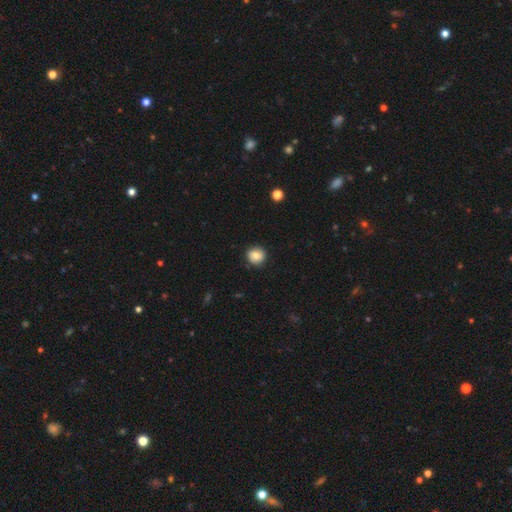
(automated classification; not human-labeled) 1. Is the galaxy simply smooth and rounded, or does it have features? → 83% smooth, 9% star or artifact, 8% featured or disk.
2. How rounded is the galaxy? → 83% round, 16% in between, 1% cigar-shaped.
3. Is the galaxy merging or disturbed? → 83% none, 13% minor disturbance, 3% major disturbance, 1% merger.